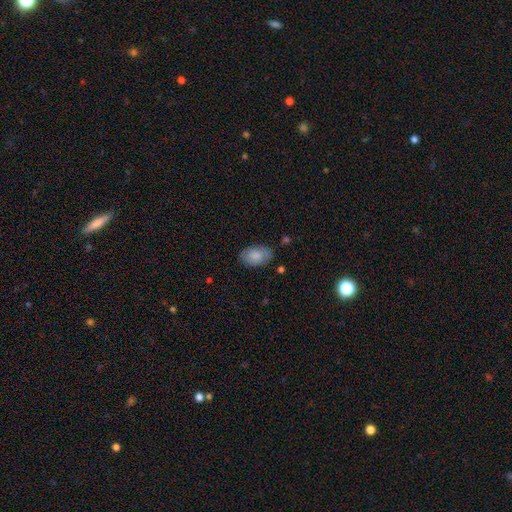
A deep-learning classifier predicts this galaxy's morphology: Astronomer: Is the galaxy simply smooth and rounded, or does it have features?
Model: smooth — 79%.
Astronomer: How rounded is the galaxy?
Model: in between — 92%.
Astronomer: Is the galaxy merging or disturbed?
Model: none — 79%.